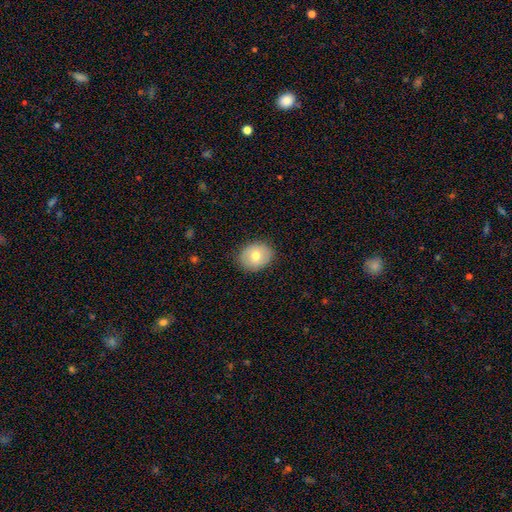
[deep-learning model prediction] smooth 72%, featured or disk 20%, star or artifact 8%. Down the decision tree: how rounded — round (53%); merging — none (86%).